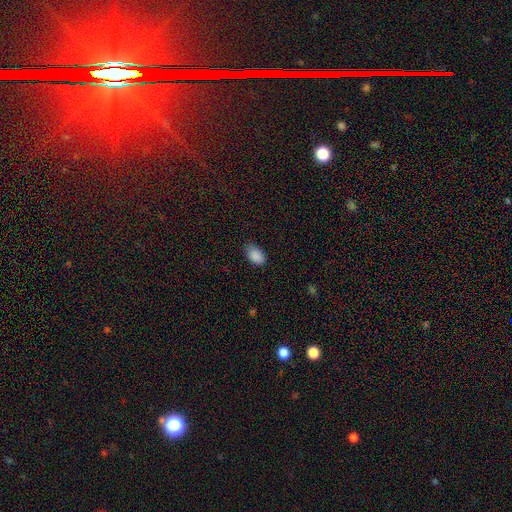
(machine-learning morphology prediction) This is clearly a smooth galaxy (88%). How rounded: clearly in between (90%). Merging: likely none (75%).